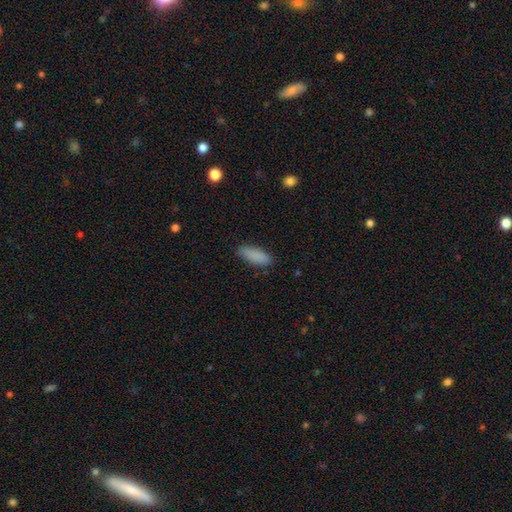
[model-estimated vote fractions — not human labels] Smooth or featured: smooth — 88% (star or artifact — 7%)
How rounded: in between — 62% (cigar-shaped — 36%)
Merging: none — 84% (minor disturbance — 13%)